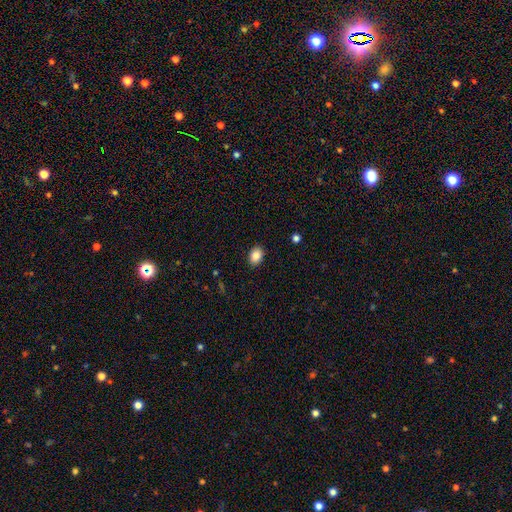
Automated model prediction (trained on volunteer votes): smooth-or-featured: smooth: 87% | star or artifact: 8% | featured or disk: 5%
  how-rounded: in between: 75% | round: 24% | cigar-shaped: 1%
  merging: none: 89% | minor disturbance: 8% | major disturbance: 2% | merger: 1%